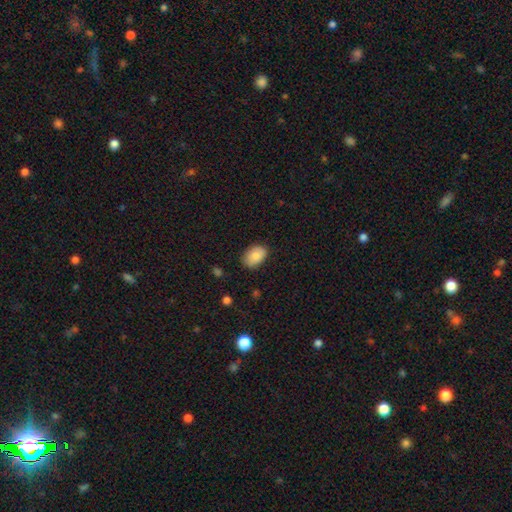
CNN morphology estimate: This appears to be a smooth galaxy with no disk features (85%) that is in between round and cigar-shaped (85%). Merging: none (81%).